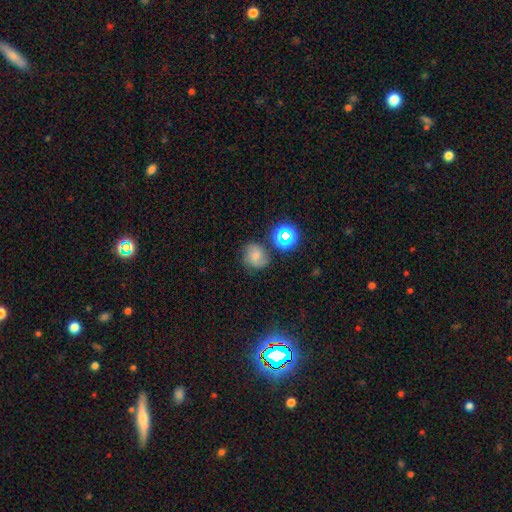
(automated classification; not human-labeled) A smooth galaxy with no disk features (59%) that is round (73%). Merging: none (66%).